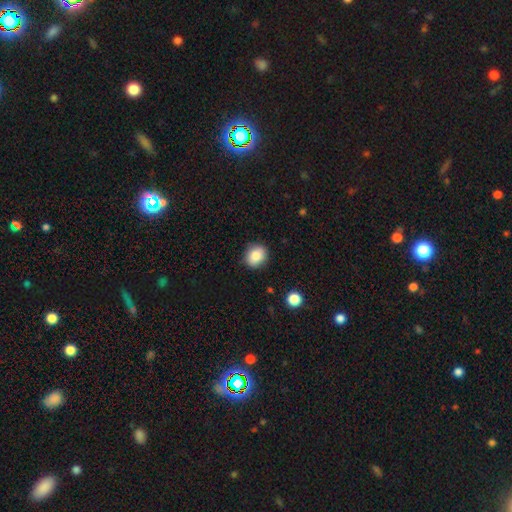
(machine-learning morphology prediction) Overall: smooth (82%). How rounded: round (73%). Merging: none (86%).